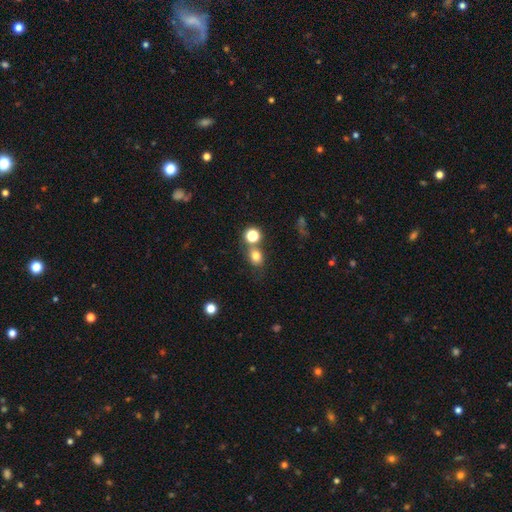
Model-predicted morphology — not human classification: smooth_or_featured: smooth (p=0.77) [alt: star or artifact p=0.15]
how_rounded: round (p=0.60) [alt: in between p=0.38]
merging: none (p=0.59) [alt: merger p=0.23]